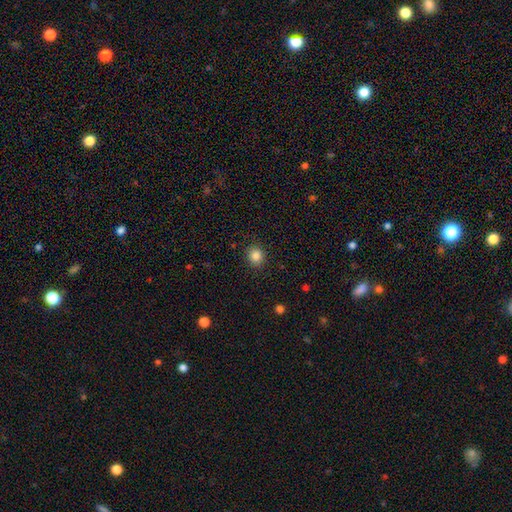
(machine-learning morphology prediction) The model was most divided on "how rounded": round: 80%, in between: 19%, cigar-shaped: 1%. More confident: merging — none (89%); smooth or featured — smooth (85%).